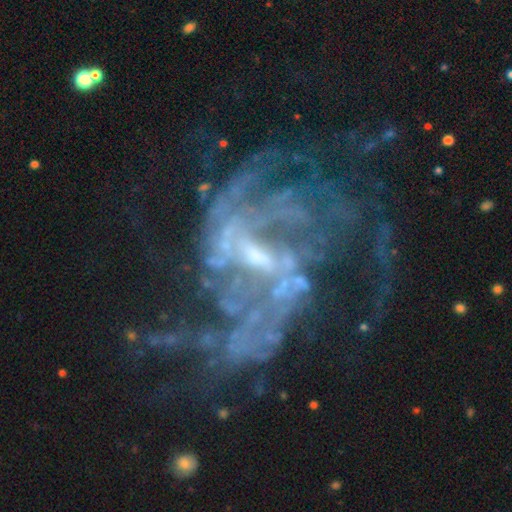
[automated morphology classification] smooth_or_featured: featured or disk (p=0.87) [alt: star or artifact p=0.09]
disk_edge_on: no (p=0.97) [alt: yes p=0.03]
bar: weak (p=0.45) [alt: strong p=0.32]
has_spiral_arms: yes (p=0.90) [alt: no p=0.10]
spiral_winding: medium (p=0.42) [alt: loose p=0.37]
spiral_arm_count: 2 (p=0.43) [alt: can't tell p=0.23]
bulge_size: small (p=0.47) [alt: moderate p=0.35]
merging: none (p=0.43) [alt: major disturbance p=0.33]